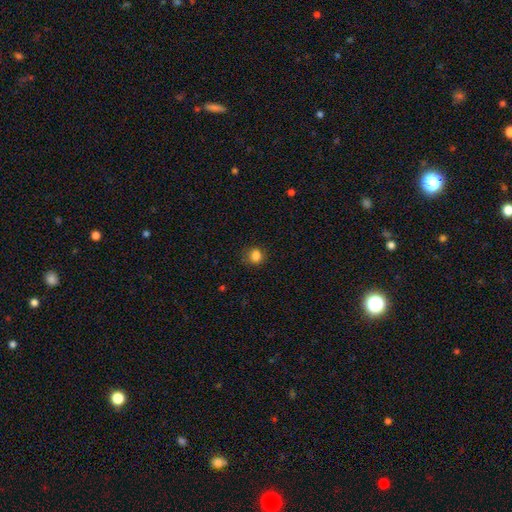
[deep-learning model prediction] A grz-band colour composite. It shows a smooth galaxy with no disk features (84%) that is round (76%). Merging: none (76%).